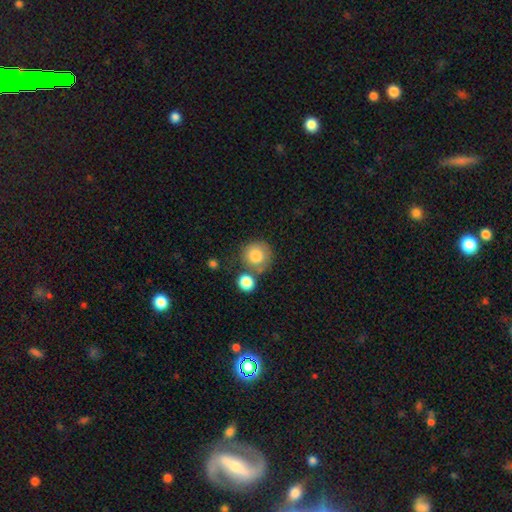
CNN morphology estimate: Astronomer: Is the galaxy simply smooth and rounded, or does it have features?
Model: smooth — 81%.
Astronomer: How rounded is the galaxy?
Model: round — 91%.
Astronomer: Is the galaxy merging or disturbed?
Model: none — 61%.